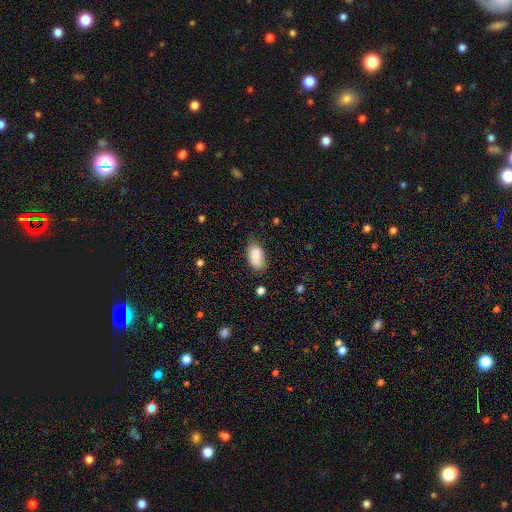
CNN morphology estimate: Q: Smooth or featured?
A: smooth (86%); runner-up: star or artifact (8%)
Q: How rounded?
A: in between (93%); runner-up: round (4%)
Q: Merging?
A: none (64%); runner-up: minor disturbance (27%)